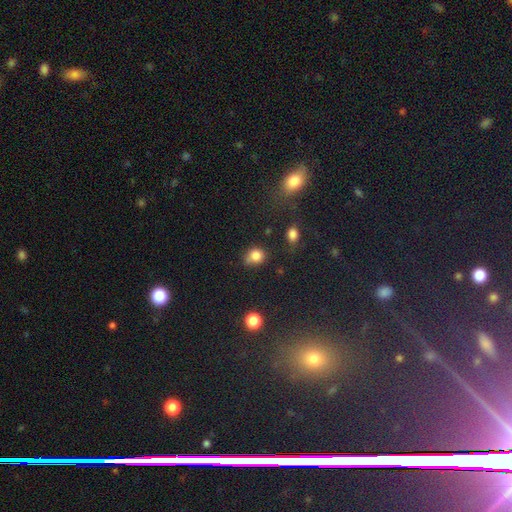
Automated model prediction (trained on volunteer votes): A smooth galaxy with no disk features (81%) that is round (68%). Merging: none (53%).